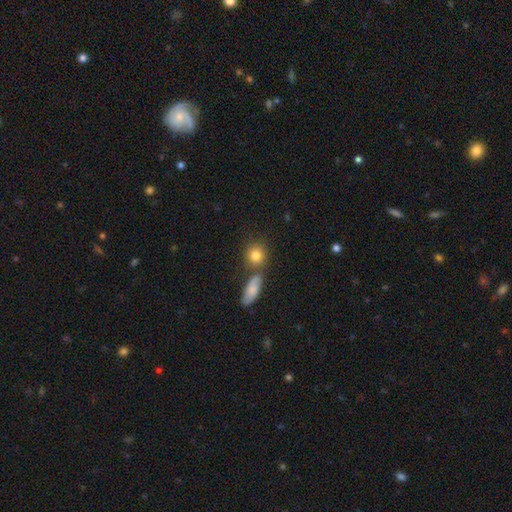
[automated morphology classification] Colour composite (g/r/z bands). It shows a smooth galaxy with no disk features (82%) that is round (76%). Merging: none (65%).